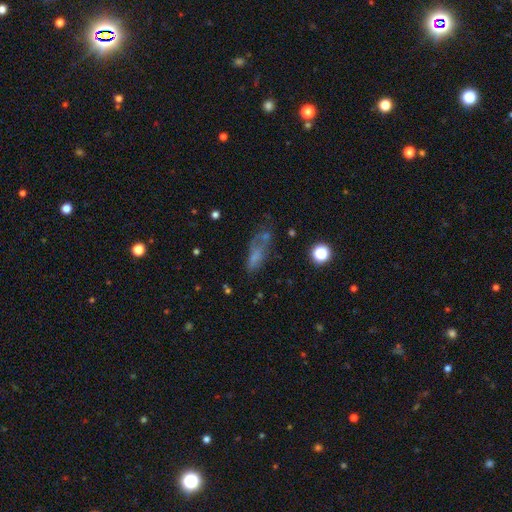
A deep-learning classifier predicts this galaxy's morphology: smooth 54%, featured or disk 27%, star or artifact 19%. Down the decision tree: how rounded — in between (61%); merging — none (38%).